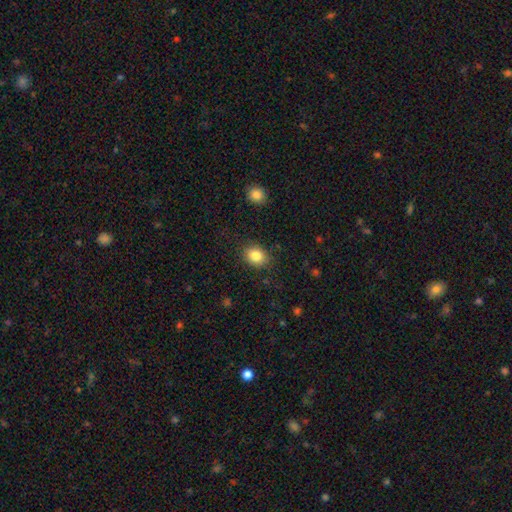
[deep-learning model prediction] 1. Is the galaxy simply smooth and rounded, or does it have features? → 84% smooth, 9% star or artifact, 7% featured or disk.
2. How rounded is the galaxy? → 55% in between, 44% round, 1% cigar-shaped.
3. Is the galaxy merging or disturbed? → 85% none, 11% minor disturbance, 3% major disturbance, 1% merger.